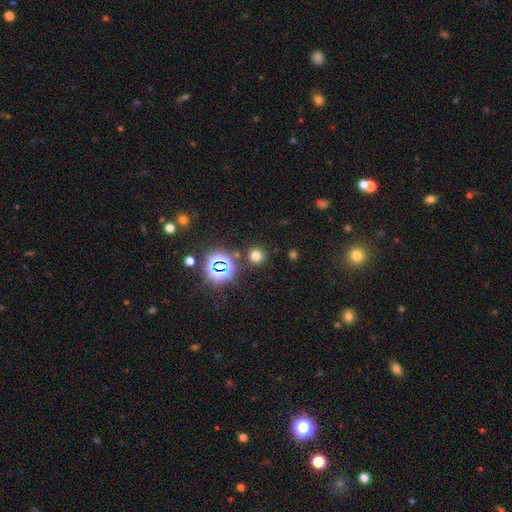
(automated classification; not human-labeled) A smooth galaxy with no disk features (67%) that is round (93%). Merging: none (87%).